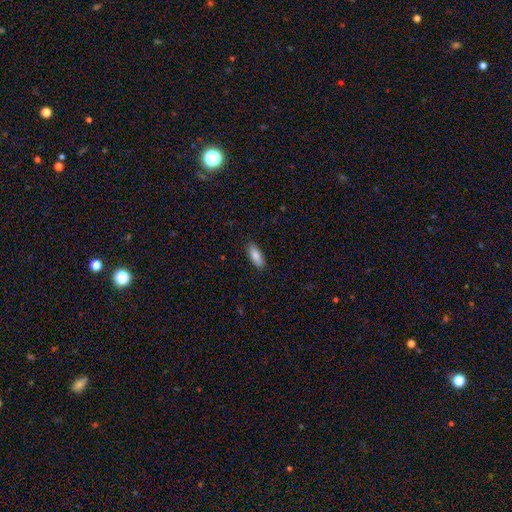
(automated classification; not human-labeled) Q: Smooth or featured?
A: smooth (83%); runner-up: featured or disk (11%)
Q: How rounded?
A: in between (75%); runner-up: cigar-shaped (23%)
Q: Merging?
A: none (88%); runner-up: minor disturbance (9%)